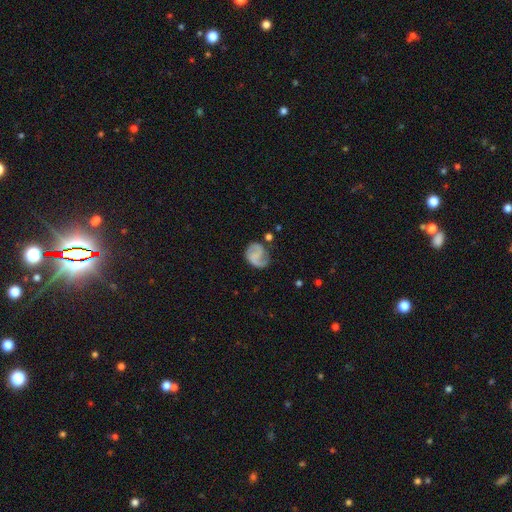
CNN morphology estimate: This is likely a featured or disk galaxy (72%). It is clearly not viewed edge-on (98%). Bar: possibly no (55%). Spiral arm pattern: clearly yes (94%). Spiral arm count: likely 2 (78%). Spiral winding: marginally medium (45%). Central bulge: likely none (64%). Merging: likely none (65%).